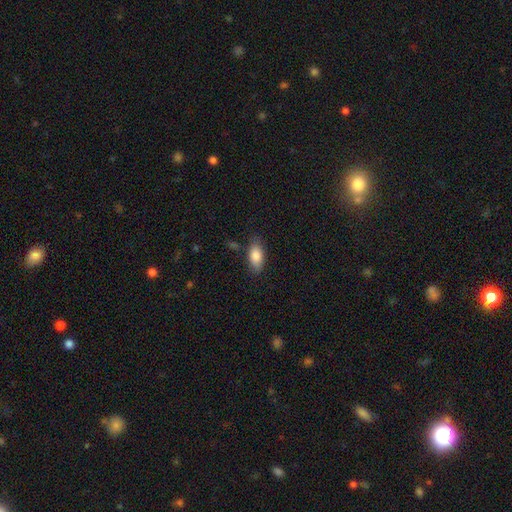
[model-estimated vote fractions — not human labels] A smooth galaxy with no disk features (84%) that is in between round and cigar-shaped (89%). Merging: none (79%).